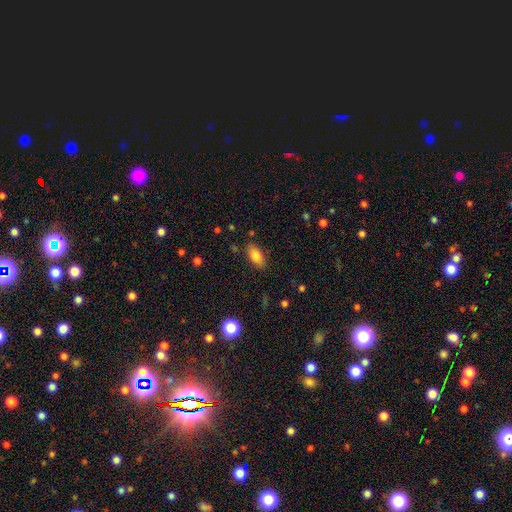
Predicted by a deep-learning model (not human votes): Smooth or featured: smooth — 83% (featured or disk — 9%)
How rounded: in between — 89% (cigar-shaped — 7%)
Merging: none — 82% (minor disturbance — 13%)